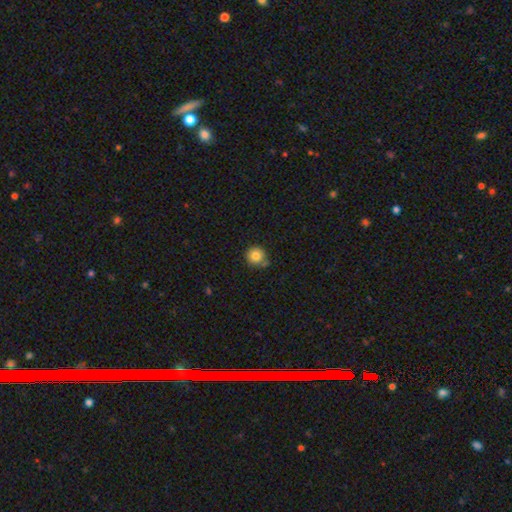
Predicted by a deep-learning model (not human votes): smooth_or_featured: smooth (p=0.83) [alt: star or artifact p=0.10]
how_rounded: round (p=0.93) [alt: in between p=0.06]
merging: none (p=0.74) [alt: minor disturbance p=0.14]